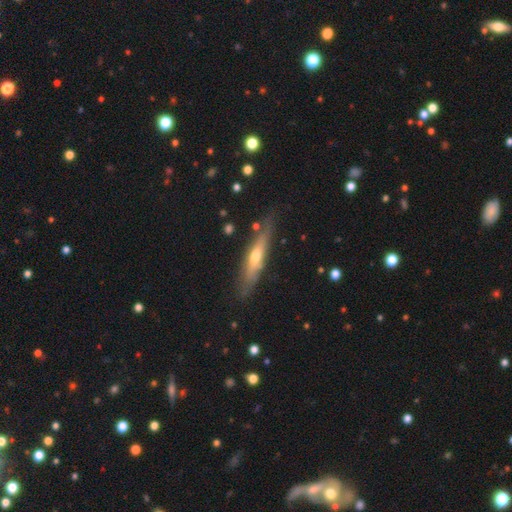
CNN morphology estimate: This appears to be a featured or disk galaxy (57%) viewed edge-on (84%). Merging: none (77%).